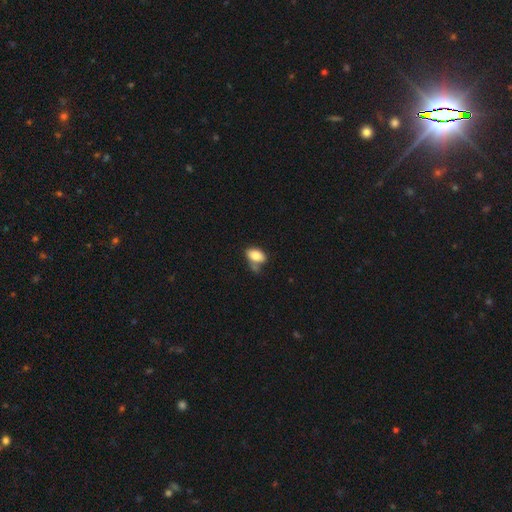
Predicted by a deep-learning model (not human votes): This is clearly a smooth galaxy (82%). How rounded: clearly in between (89%). Merging: possibly none (48%).